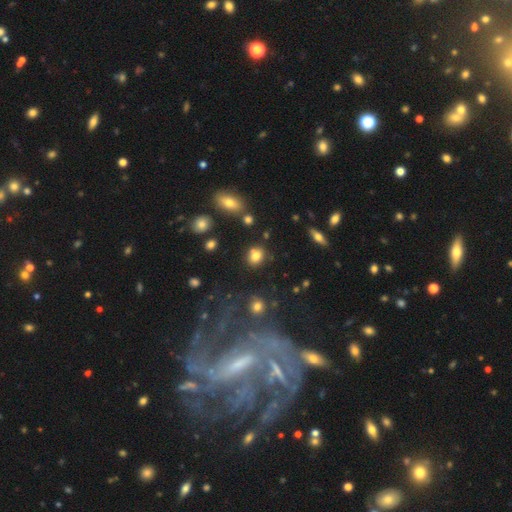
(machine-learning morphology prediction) type=smooth (78%); roundness=round (64%); merging=none (70%).